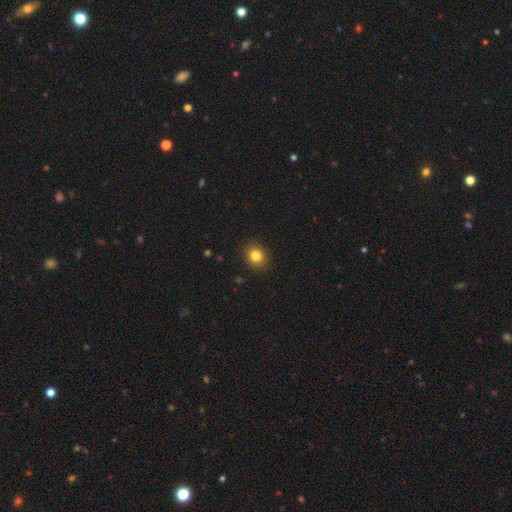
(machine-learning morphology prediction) Q: Smooth or featured?
A: smooth (83%); runner-up: star or artifact (11%)
Q: How rounded?
A: round (69%); runner-up: in between (30%)
Q: Merging?
A: none (90%); runner-up: minor disturbance (7%)